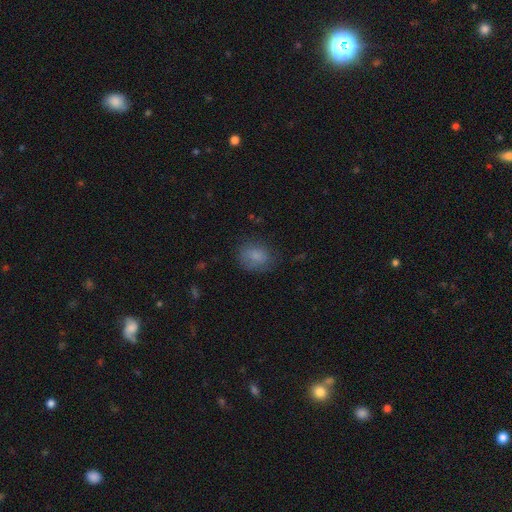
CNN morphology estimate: This appears to be a smooth galaxy with no disk features (79%) that is in between round and cigar-shaped (53%). Merging: none (67%).